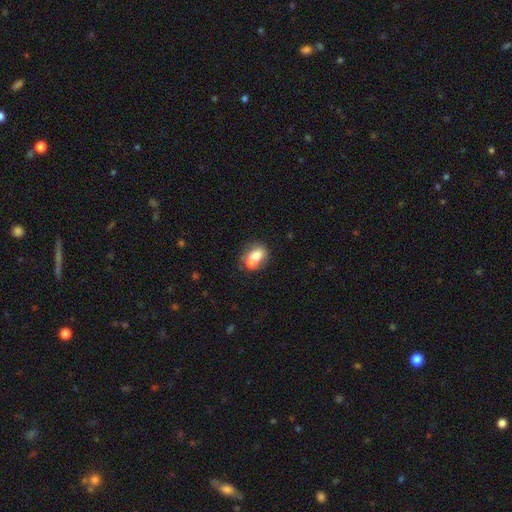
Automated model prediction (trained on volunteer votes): smooth 68%, featured or disk 22%, star or artifact 10%. Down the decision tree: how rounded — in between (66%); merging — merger (55%).